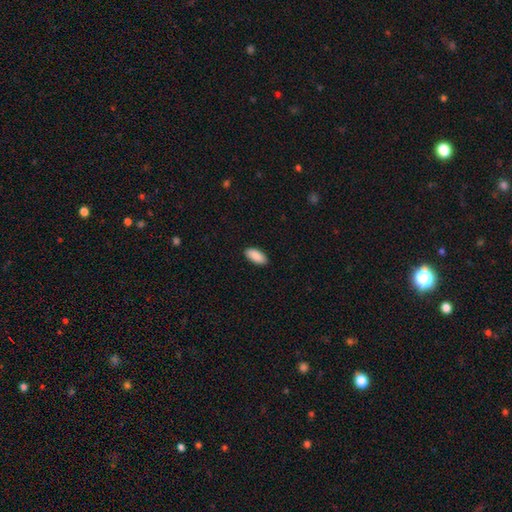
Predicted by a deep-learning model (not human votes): smooth 91%, star or artifact 6%, featured or disk 4%. Down the decision tree: how rounded — in between (91%); merging — none (90%).